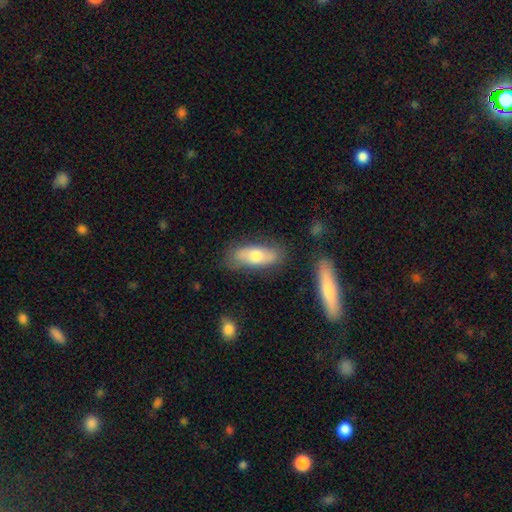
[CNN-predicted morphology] Smooth or featured?
  - smooth: 66% *
  - featured or disk: 28%
  - star or artifact: 6%
How rounded?
  - in between: 66% *
  - cigar-shaped: 32%
  - round: 3%
Merging?
  - none: 77% *
  - minor disturbance: 16%
  - merger: 4%
  - major disturbance: 4%